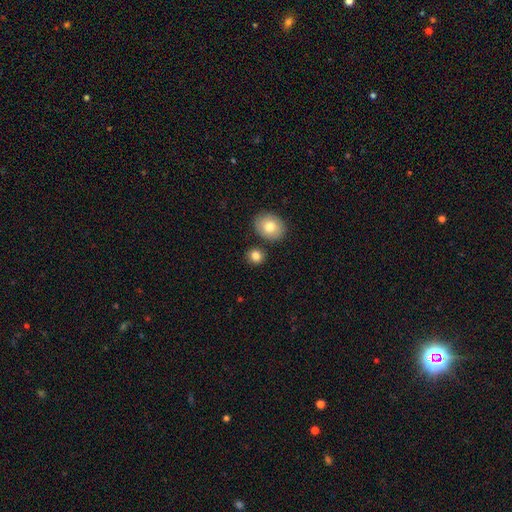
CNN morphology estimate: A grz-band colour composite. It shows a smooth galaxy with no disk features (83%) that is round (70%). Merging: none (77%).